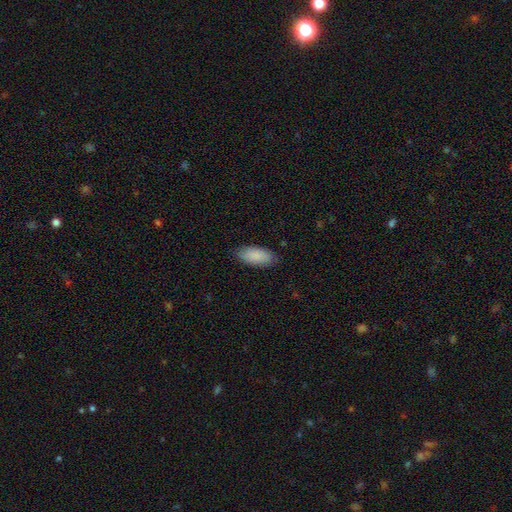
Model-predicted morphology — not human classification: This is clearly a smooth galaxy (89%). How rounded: clearly in between (86%). Merging: clearly none (86%).